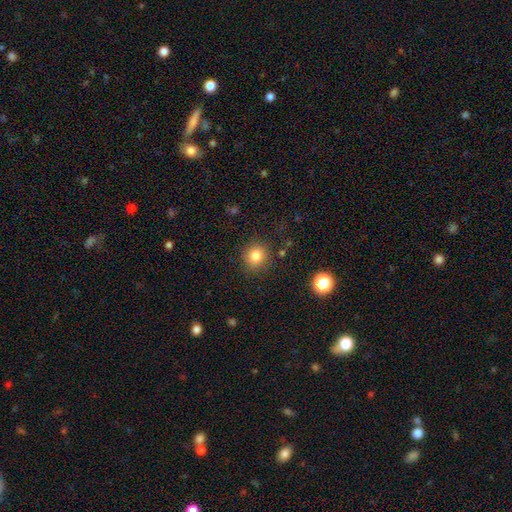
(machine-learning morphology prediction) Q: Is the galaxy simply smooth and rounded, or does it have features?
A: smooth — 82%.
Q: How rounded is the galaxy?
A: round — 88%.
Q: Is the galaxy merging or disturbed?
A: none — 87%.